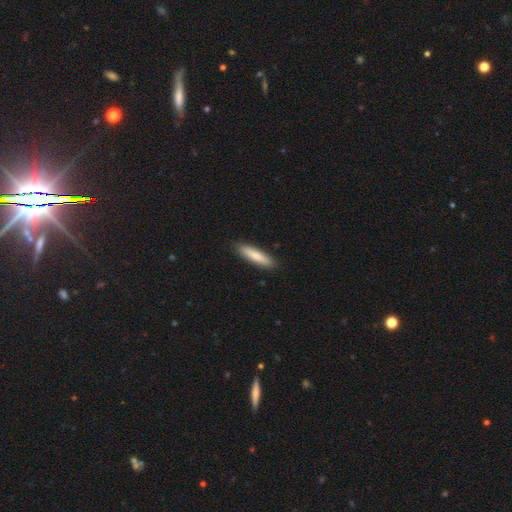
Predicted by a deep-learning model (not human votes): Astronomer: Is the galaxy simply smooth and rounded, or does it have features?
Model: smooth — 83%.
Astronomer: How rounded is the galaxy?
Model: cigar-shaped — 78%.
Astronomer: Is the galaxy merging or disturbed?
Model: none — 90%.